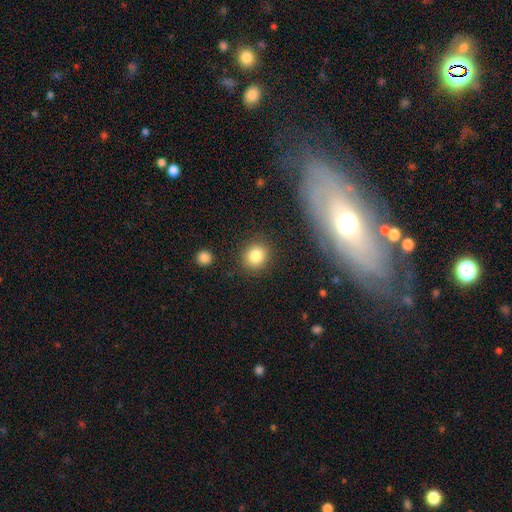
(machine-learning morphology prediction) This is clearly a smooth galaxy (83%). How rounded: clearly round (80%). Merging: clearly none (88%).